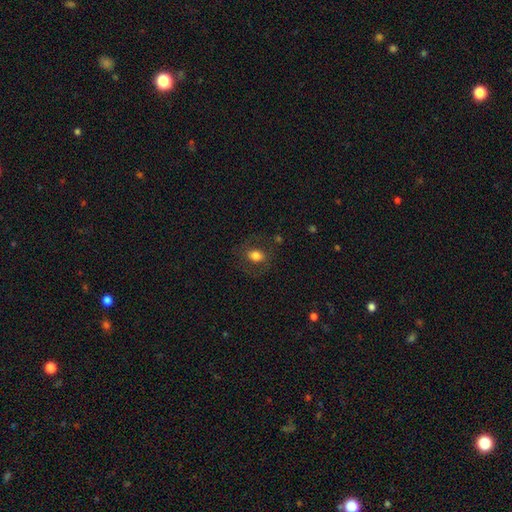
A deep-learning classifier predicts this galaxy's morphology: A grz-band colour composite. It shows a smooth galaxy with no disk features (71%) that is in between round and cigar-shaped (57%). Merging: none (75%).